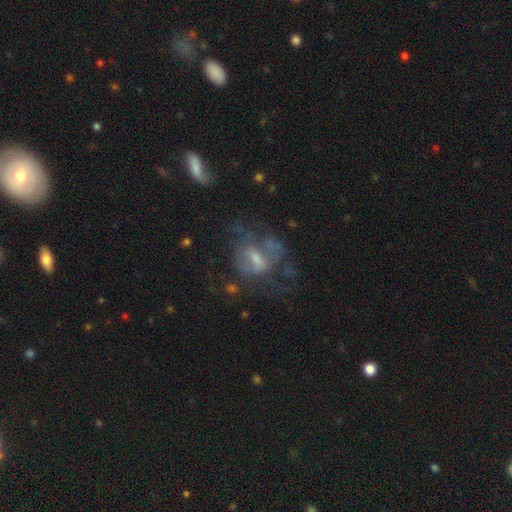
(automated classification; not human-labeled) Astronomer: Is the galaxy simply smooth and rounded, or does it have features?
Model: featured or disk — 60%.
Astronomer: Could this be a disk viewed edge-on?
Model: no — 96%.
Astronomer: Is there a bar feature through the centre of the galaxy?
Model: no — 46% (runner-up: weak, 41%).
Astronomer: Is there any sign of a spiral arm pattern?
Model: no — 56% (runner-up: yes, 44%).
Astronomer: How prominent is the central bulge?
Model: small — 43% (runner-up: moderate, 38%).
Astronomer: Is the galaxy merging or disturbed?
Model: none — 40% (runner-up: major disturbance, 34%).